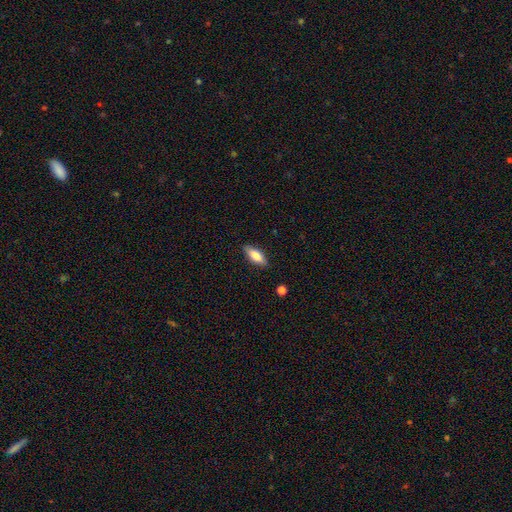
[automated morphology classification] Smooth or featured: smooth — 72% (featured or disk — 22%)
How rounded: in between — 69% (cigar-shaped — 28%)
Merging: none — 87% (minor disturbance — 10%)